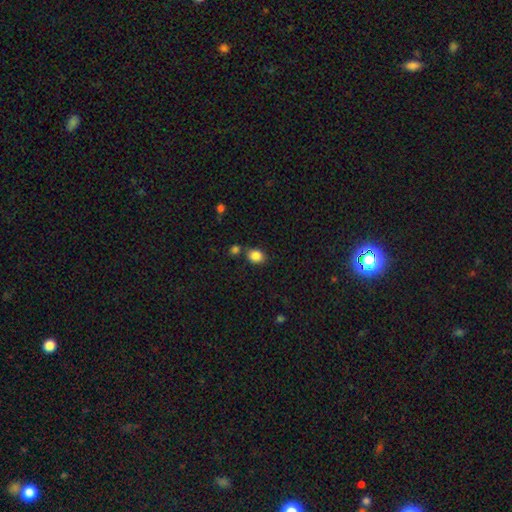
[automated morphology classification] type=smooth (86%); roundness=in between (52%); merging=none (69%).